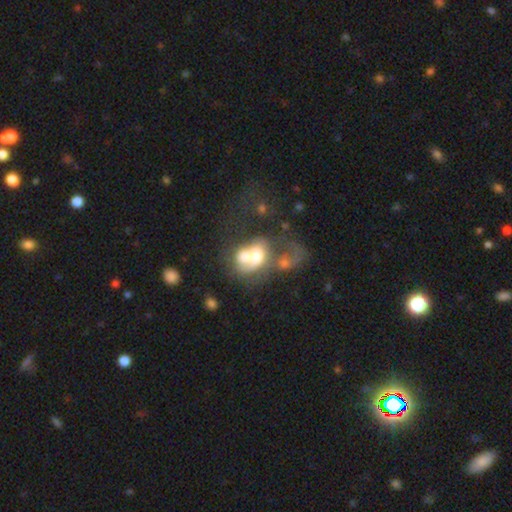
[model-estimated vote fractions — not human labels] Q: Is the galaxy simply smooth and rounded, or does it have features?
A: featured or disk — 45%.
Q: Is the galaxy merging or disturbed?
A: merger — 67%.